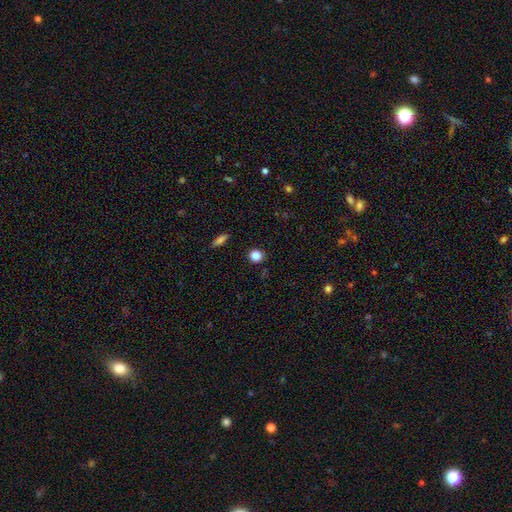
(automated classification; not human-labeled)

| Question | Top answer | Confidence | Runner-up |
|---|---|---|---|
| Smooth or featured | smooth | 85% | star or artifact (11%) |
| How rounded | round | 87% | in between (12%) |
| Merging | none | 90% | minor disturbance (7%) |